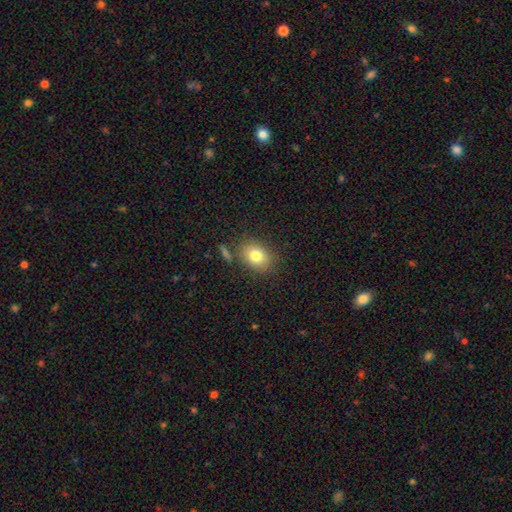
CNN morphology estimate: The model was most divided on "how rounded": in between: 65%, round: 34%, cigar-shaped: 1%. More confident: smooth or featured — smooth (80%); merging — none (79%).